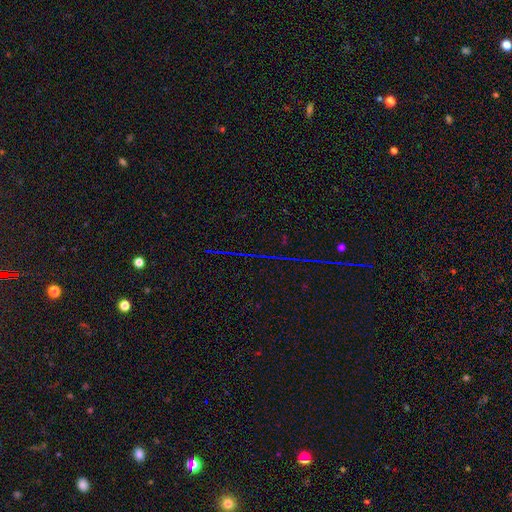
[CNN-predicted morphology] star or artifact 80%, featured or disk 12%, smooth 8%.